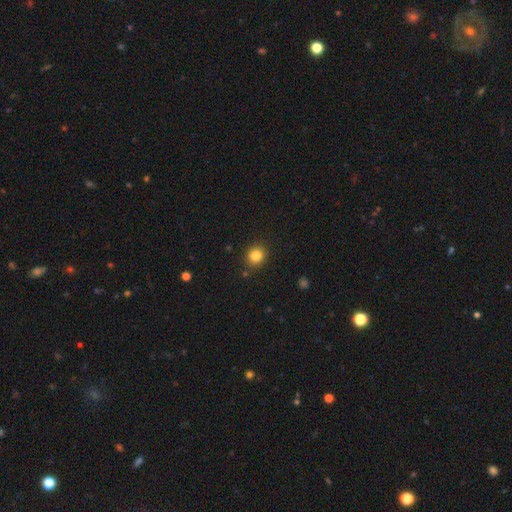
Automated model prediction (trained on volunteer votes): Smooth or featured? Predicted: smooth (p=0.84). How rounded? Predicted: round (p=0.80). Merging? Predicted: none (p=0.87).